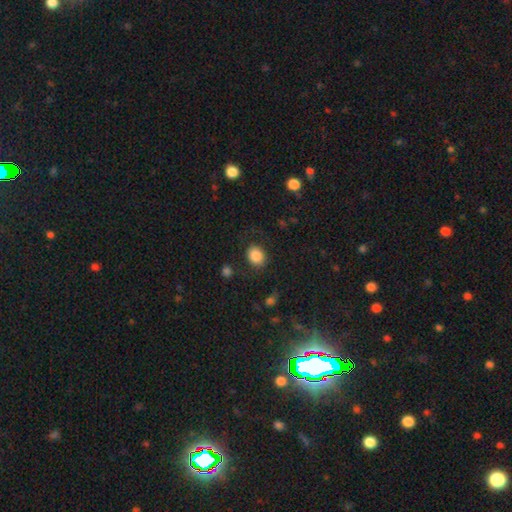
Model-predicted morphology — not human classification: A smooth galaxy with no disk features (85%) that is round (56%).

Vote fractions:
- Smooth or featured? smooth: 85% / star or artifact: 9% / featured or disk: 6%
- How rounded? round: 56% / in between: 43% / cigar-shaped: 1%
- Merging? none: 80% / minor disturbance: 12% / major disturbance: 6% / merger: 2%